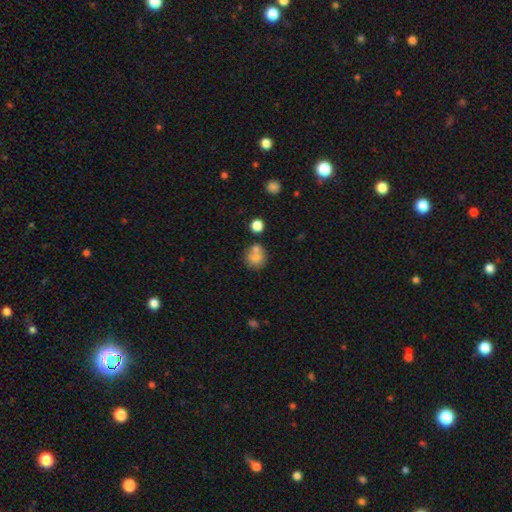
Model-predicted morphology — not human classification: Smooth or featured?
  - smooth: 76% *
  - featured or disk: 14%
  - star or artifact: 10%
How rounded?
  - round: 86% *
  - in between: 13%
  - cigar-shaped: 1%
Merging?
  - none: 56% *
  - merger: 28%
  - minor disturbance: 12%
  - major disturbance: 4%